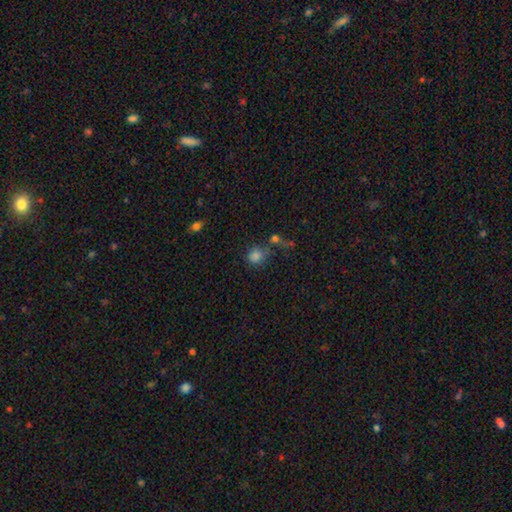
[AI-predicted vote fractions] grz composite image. It shows a smooth galaxy with no disk features (80%) that is round (82%). Merging: none (56%).